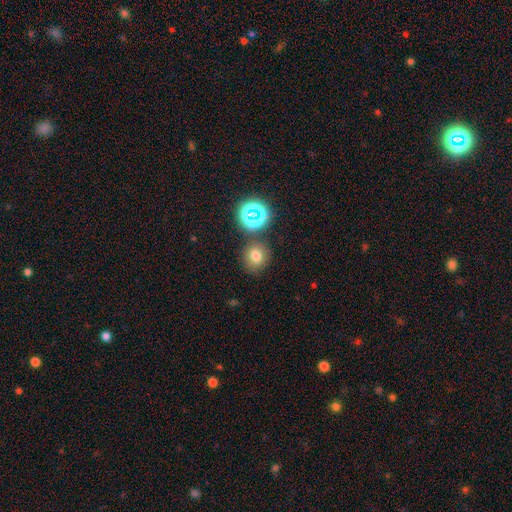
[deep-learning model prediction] smooth_or_featured: smooth (p=0.71) [alt: star or artifact p=0.20]
how_rounded: round (p=0.78) [alt: in between p=0.21]
merging: none (p=0.79) [alt: minor disturbance p=0.10]